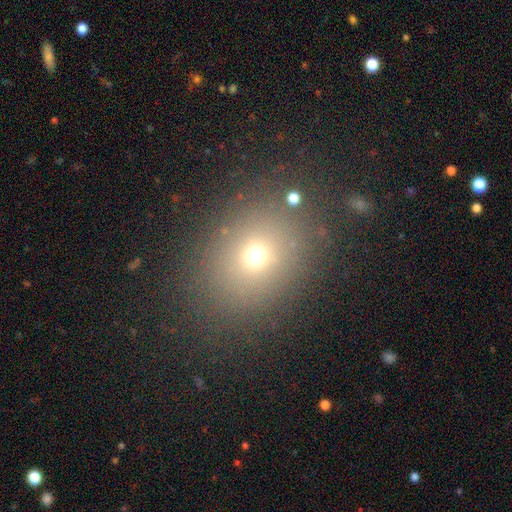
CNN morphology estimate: Smooth or featured?
  - smooth: 67% *
  - star or artifact: 21%
  - featured or disk: 12%
How rounded?
  - round: 62% *
  - in between: 37%
  - cigar-shaped: 1%
Merging?
  - none: 82% *
  - minor disturbance: 10%
  - major disturbance: 5%
  - merger: 3%